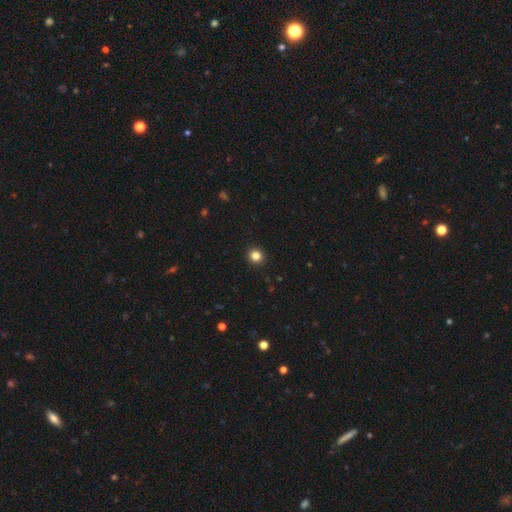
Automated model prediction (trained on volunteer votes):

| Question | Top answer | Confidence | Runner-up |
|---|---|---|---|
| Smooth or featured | smooth | 83% | star or artifact (12%) |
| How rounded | round | 92% | in between (7%) |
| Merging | none | 93% | minor disturbance (4%) |